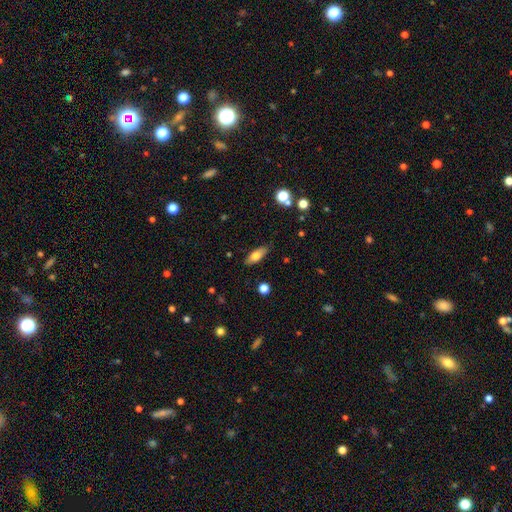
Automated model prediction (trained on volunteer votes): A smooth galaxy with no disk features (67%) that is in between round and cigar-shaped (72%). Merging: none (85%).